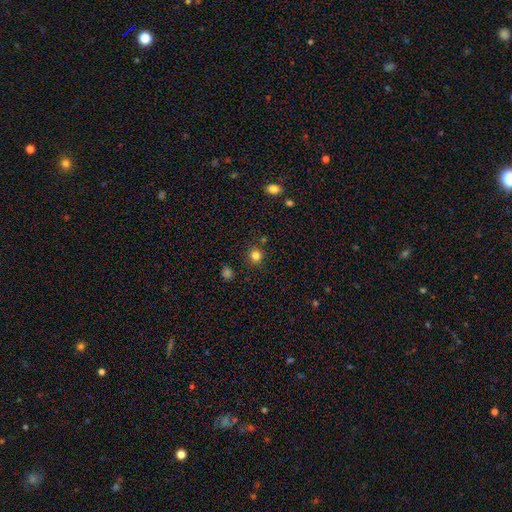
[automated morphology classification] A smooth galaxy with no disk features (81%) that is round (92%).

Vote fractions:
- Smooth or featured? smooth: 81% / star or artifact: 14% / featured or disk: 4%
- How rounded? round: 92% / in between: 7% / cigar-shaped: 1%
- Merging? none: 88% / minor disturbance: 7% / merger: 3% / major disturbance: 2%